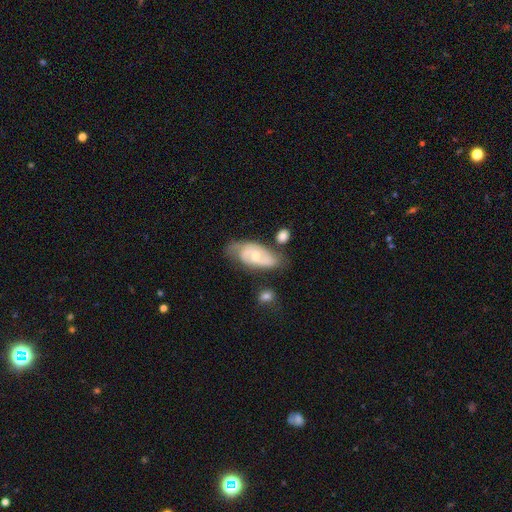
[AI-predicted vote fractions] Overall: featured or disk (70%). Edge-on disk: no (93%). Bar: no (53%; weak 39%). Spiral arms: yes (85%). Spiral arm count: 2 (70%). Spiral winding: medium (44%; tight 38%). Bulge size: moderate (54%; small 41%). Merging: none (57%; minor disturbance 25%).